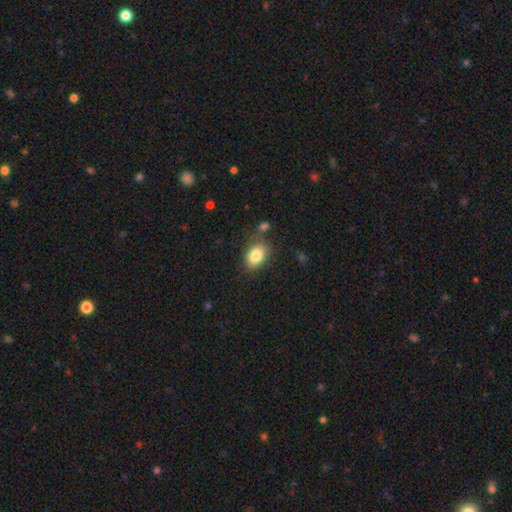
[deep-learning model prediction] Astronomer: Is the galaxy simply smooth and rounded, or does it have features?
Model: smooth — 83%.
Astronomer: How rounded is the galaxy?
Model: in between — 79%.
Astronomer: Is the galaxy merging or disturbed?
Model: none — 72%.